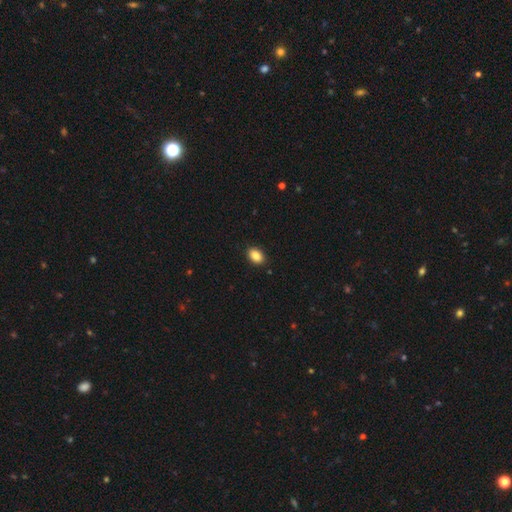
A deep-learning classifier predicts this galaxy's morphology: Overall: smooth (88%). How rounded: in between (85%). Merging: none (90%).